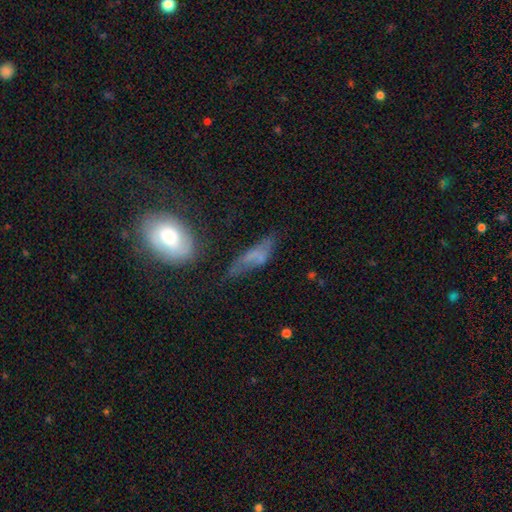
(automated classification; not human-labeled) Smooth or featured: smooth — 51% (featured or disk — 36%)
How rounded: in between — 52% (cigar-shaped — 43%)
Merging: none — 41% (minor disturbance — 28%)